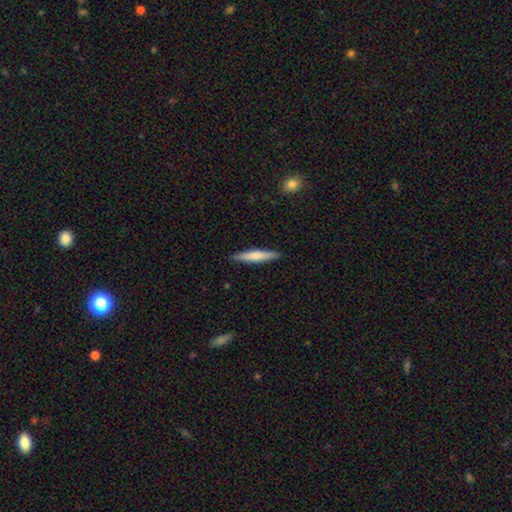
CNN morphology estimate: A smooth galaxy with no disk features (62%) that is cigar-shaped (92%).

Vote fractions:
- Smooth or featured? smooth: 62% / featured or disk: 33% / star or artifact: 5%
- How rounded? cigar-shaped: 92% / in between: 6% / round: 1%
- Merging? none: 90% / minor disturbance: 7% / major disturbance: 1% / merger: 1%